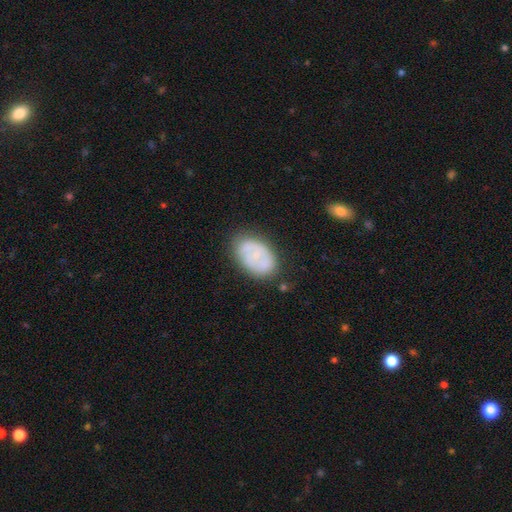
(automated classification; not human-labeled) Q: Smooth or featured?
A: smooth (51%); runner-up: featured or disk (42%)
Q: How rounded?
A: in between (86%); runner-up: round (13%)
Q: Merging?
A: none (70%); runner-up: minor disturbance (20%)